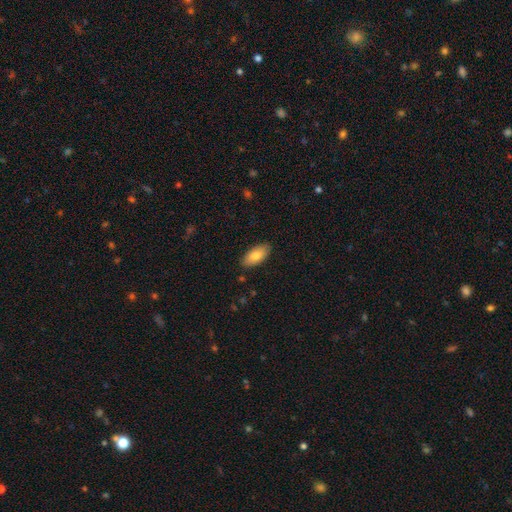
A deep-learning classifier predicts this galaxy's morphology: smooth_or_featured: smooth (p=0.81) [alt: featured or disk p=0.13]
how_rounded: in between (p=0.91) [alt: cigar-shaped p=0.07]
merging: none (p=0.86) [alt: minor disturbance p=0.11]